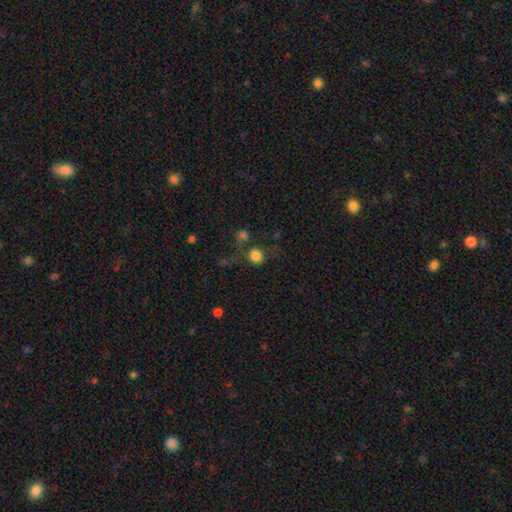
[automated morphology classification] The model was most divided on "merging": none: 52%, merger: 20%, minor disturbance: 15%, major disturbance: 14%. More confident: smooth or featured — smooth (78%); how rounded — round (75%).